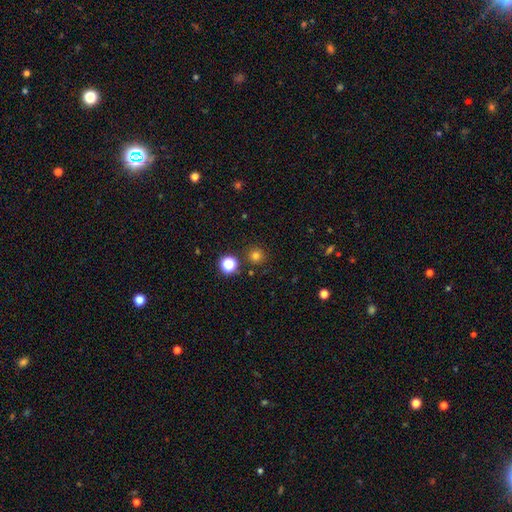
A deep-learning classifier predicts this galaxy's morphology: Smooth or featured? smooth (77%)
How rounded? round (95%)
Merging? none (87%)